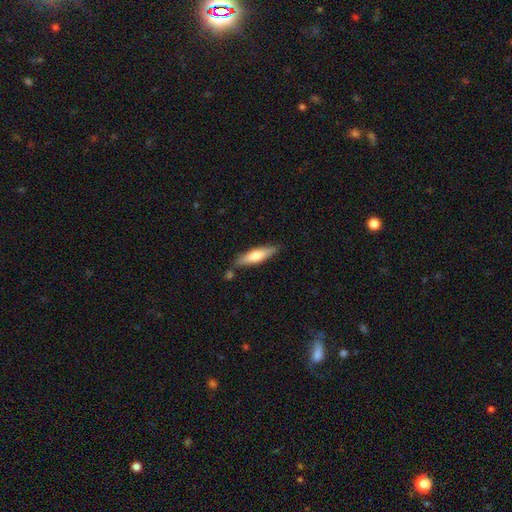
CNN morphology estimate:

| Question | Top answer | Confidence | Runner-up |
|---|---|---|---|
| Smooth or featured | smooth | 62% | featured or disk (32%) |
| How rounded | cigar-shaped | 71% | in between (27%) |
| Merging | none | 80% | minor disturbance (12%) |